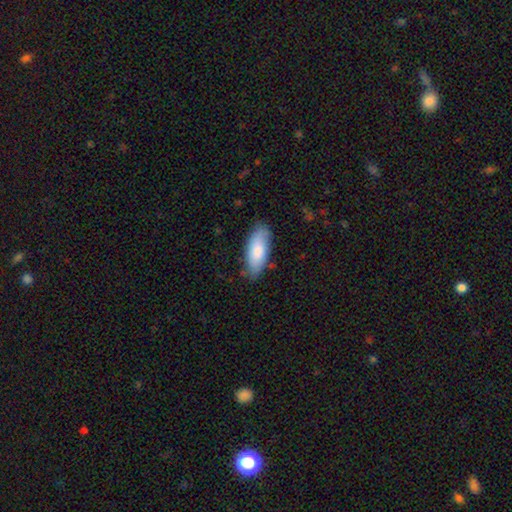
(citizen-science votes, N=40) This appears to be a smooth galaxy with no disk features (88%) that is in between round and cigar-shaped (74%). Merging: none (68%).